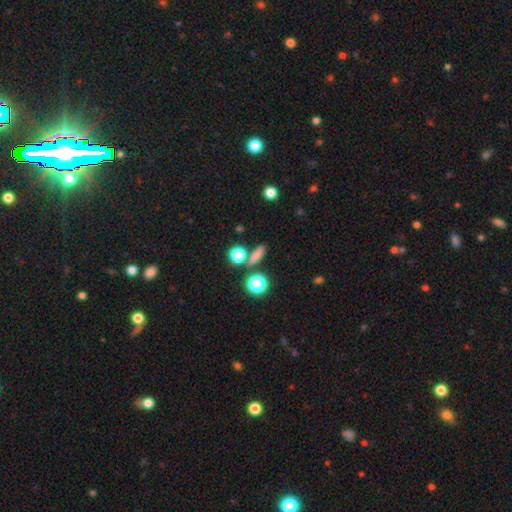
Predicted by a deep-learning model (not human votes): The model was most divided on "how rounded": in between: 45%, round: 30%, cigar-shaped: 26%. More confident: merging — none (71%); smooth or featured — smooth (69%).